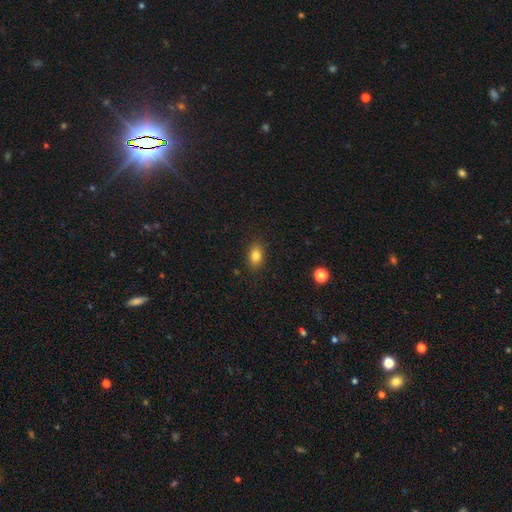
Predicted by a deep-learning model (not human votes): Smooth or featured? smooth (82%)
How rounded? in between (81%)
Merging? none (87%)